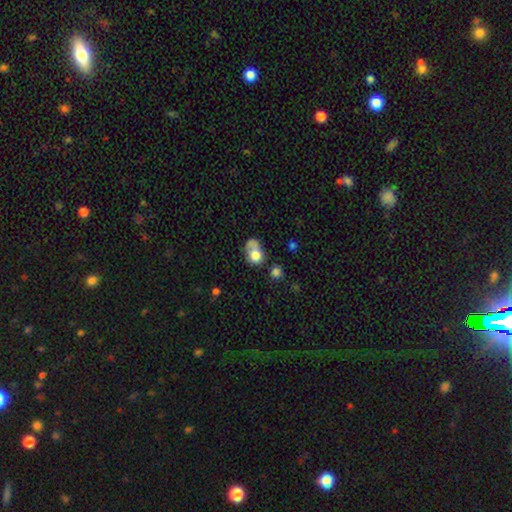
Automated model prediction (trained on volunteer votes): smooth_or_featured: smooth (p=0.73) [alt: featured or disk p=0.18]
how_rounded: round (p=0.50) [alt: in between p=0.49]
merging: none (p=0.31) [alt: merger p=0.27]